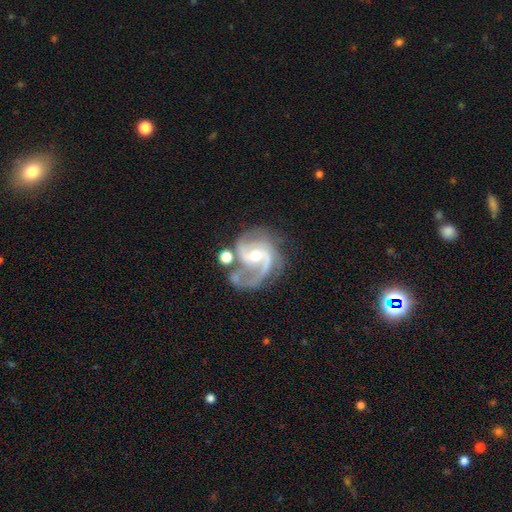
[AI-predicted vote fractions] This appears to be a featured or disk galaxy (90%) with a weak bar (43%), 2 (67%) medium (56%) spiral arms (97%) and a moderate central bulge (60%). Merging: none (50%).